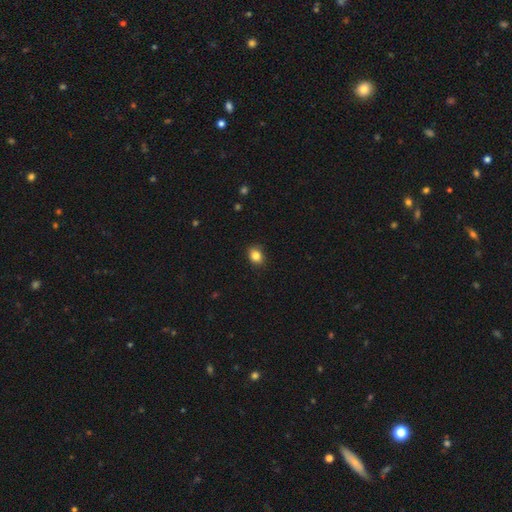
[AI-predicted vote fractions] smooth-or-featured: smooth: 83% | star or artifact: 11% | featured or disk: 6%
  how-rounded: round: 50% | in between: 49% | cigar-shaped: 1%
  merging: none: 85% | minor disturbance: 12% | major disturbance: 2% | merger: 1%